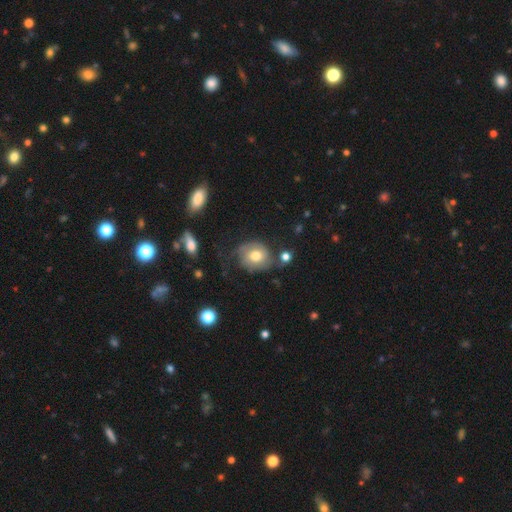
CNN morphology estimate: This is possibly a smooth galaxy (53%). How rounded: likely round (63%). Merging: possibly none (54%).